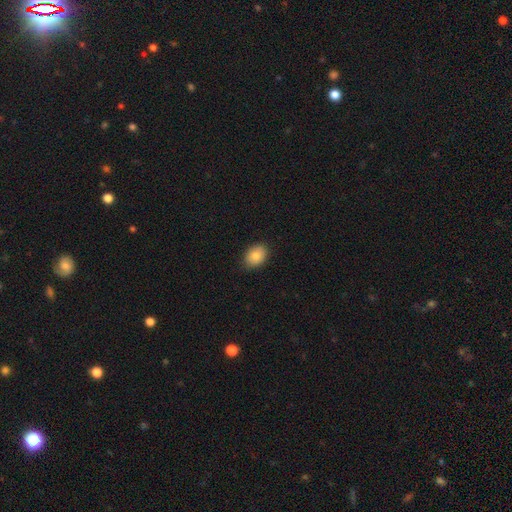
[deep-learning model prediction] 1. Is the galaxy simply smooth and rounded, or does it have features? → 82% smooth, 10% featured or disk, 8% star or artifact.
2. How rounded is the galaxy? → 72% in between, 27% round, 1% cigar-shaped.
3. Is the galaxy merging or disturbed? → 88% none, 9% minor disturbance, 2% major disturbance, 1% merger.